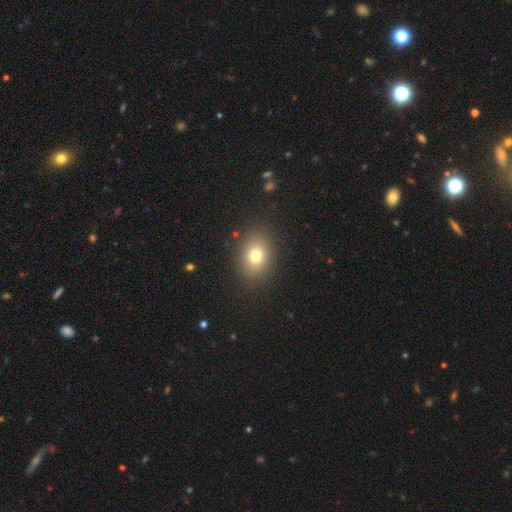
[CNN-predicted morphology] A smooth galaxy with no disk features (77%) that is in between round and cigar-shaped (57%).

Vote fractions:
- Smooth or featured? smooth: 77% / star or artifact: 13% / featured or disk: 10%
- How rounded? in between: 57% / round: 42% / cigar-shaped: 1%
- Merging? none: 87% / minor disturbance: 8% / major disturbance: 3% / merger: 1%